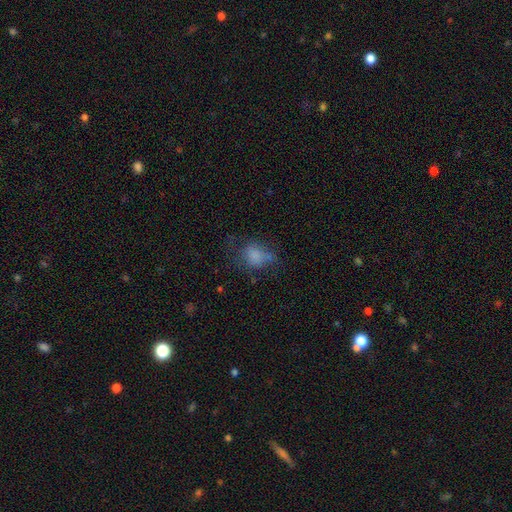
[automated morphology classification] Smooth or featured?
  - smooth: 72% *
  - featured or disk: 15%
  - star or artifact: 13%
How rounded?
  - in between: 56% *
  - round: 42%
  - cigar-shaped: 1%
Merging?
  - none: 40% *
  - minor disturbance: 27%
  - major disturbance: 27%
  - merger: 7%